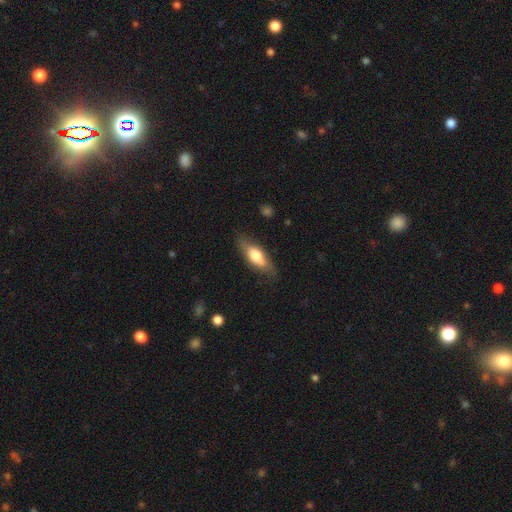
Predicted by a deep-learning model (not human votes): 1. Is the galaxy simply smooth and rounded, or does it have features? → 64% smooth, 30% featured or disk, 6% star or artifact.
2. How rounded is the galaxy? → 64% in between, 33% cigar-shaped, 3% round.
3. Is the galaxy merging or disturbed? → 75% none, 19% minor disturbance, 5% major disturbance, 2% merger.